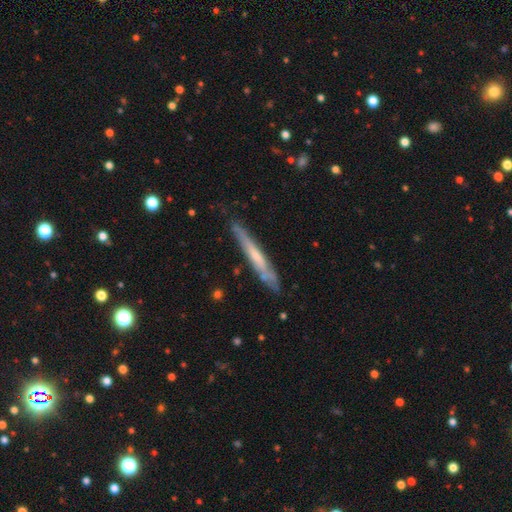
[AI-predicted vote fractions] smooth-or-featured: featured or disk: 54% | smooth: 40% | star or artifact: 6%
  disk-edge-on: yes: 85% | no: 15%
  merging: none: 71% | minor disturbance: 21% | major disturbance: 5% | merger: 3%